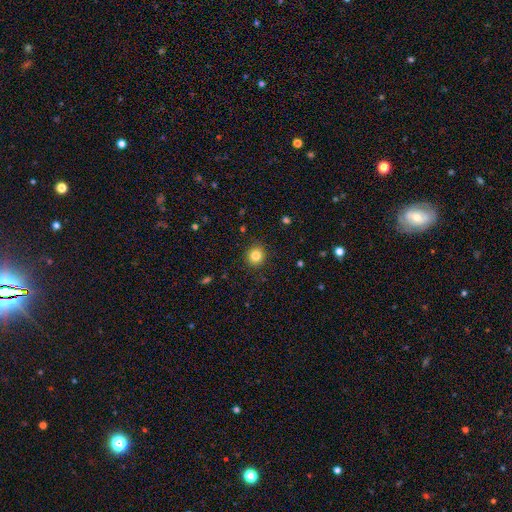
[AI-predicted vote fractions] This is clearly a smooth galaxy (84%). How rounded: clearly round (88%). Merging: clearly none (90%).